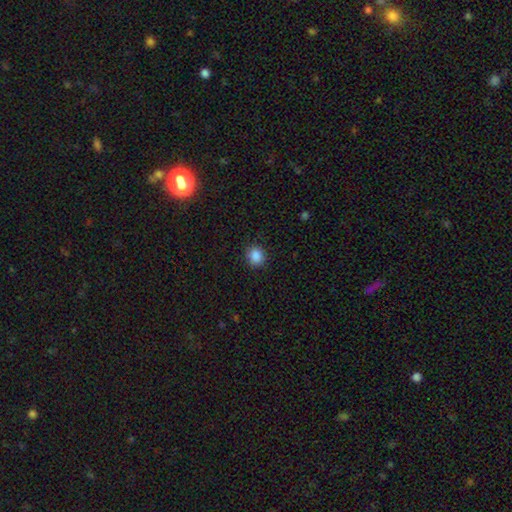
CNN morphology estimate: The model was most divided on "how rounded": round: 85%, in between: 14%, cigar-shaped: 1%. More confident: merging — none (89%); smooth or featured — smooth (87%).